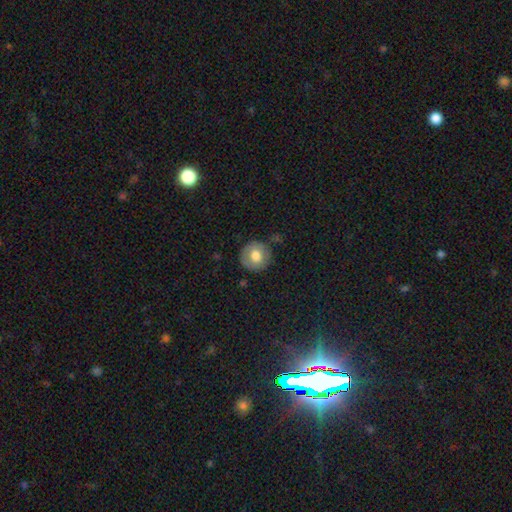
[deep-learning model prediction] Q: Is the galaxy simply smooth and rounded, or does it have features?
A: smooth — 70%.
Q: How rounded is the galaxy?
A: round — 92%.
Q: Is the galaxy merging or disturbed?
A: none — 80%.